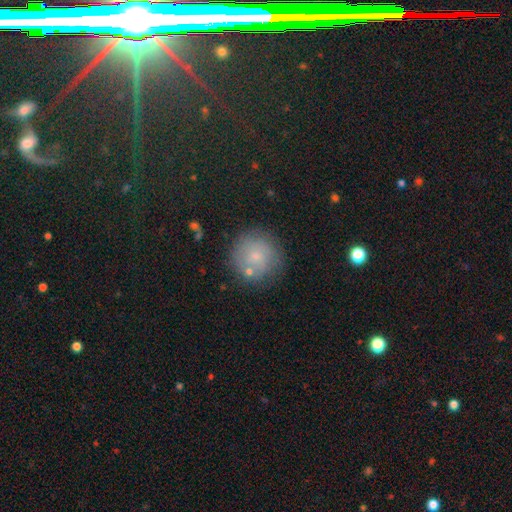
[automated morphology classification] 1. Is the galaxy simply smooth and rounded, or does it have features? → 64% smooth, 25% featured or disk, 11% star or artifact.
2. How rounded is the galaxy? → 94% round, 5% in between, 1% cigar-shaped.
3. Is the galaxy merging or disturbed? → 73% none, 15% minor disturbance, 7% merger, 5% major disturbance.